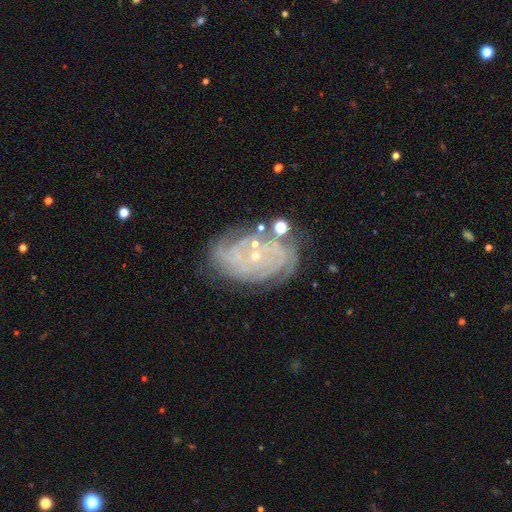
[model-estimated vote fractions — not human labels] This is clearly a featured or disk galaxy (85%). It is clearly not viewed edge-on (97%). Bar: likely no (74%). Spiral arm pattern: clearly yes (96%). Spiral arm count: marginally can't tell (27%). Spiral winding: likely tight (78%). Central bulge: clearly small (85%). Merging: likely none (73%).